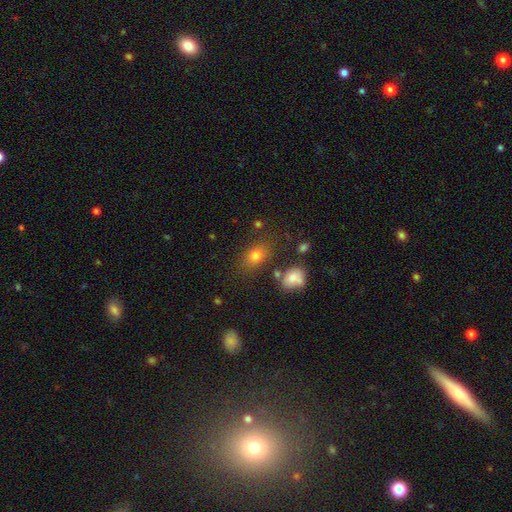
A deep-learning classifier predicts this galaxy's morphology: Smooth or featured?
  - smooth: 74% *
  - star or artifact: 15%
  - featured or disk: 11%
How rounded?
  - in between: 71% *
  - round: 27%
  - cigar-shaped: 2%
Merging?
  - none: 74% *
  - minor disturbance: 14%
  - merger: 7%
  - major disturbance: 5%